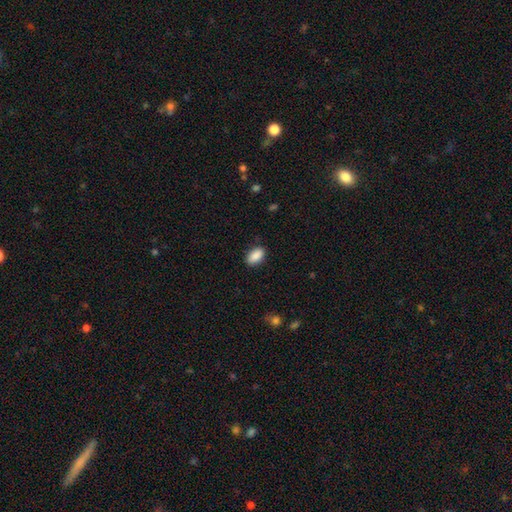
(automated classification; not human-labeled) This appears to be a smooth galaxy with no disk features (90%) that is in between round and cigar-shaped (93%). Merging: none (87%).